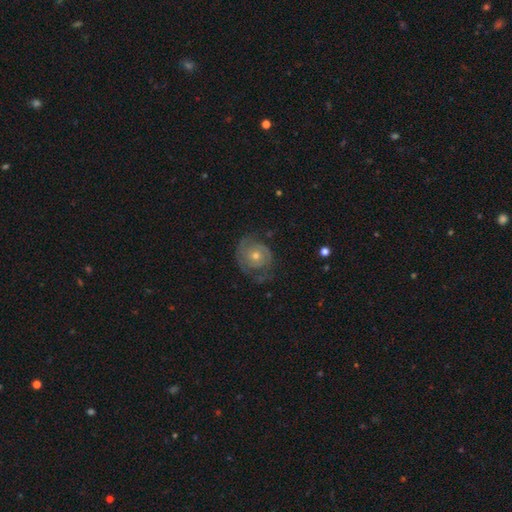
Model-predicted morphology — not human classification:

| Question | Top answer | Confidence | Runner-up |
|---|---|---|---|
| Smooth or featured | featured or disk | 75% | smooth (16%) |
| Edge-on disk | no | 97% | yes (3%) |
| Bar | no | 81% | weak (15%) |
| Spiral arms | yes | 87% | no (13%) |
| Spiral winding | tight | 61% | medium (29%) |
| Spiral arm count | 2 | 55% | can't tell (25%) |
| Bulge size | moderate | 53% | small (43%) |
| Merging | none | 66% | minor disturbance (20%) |